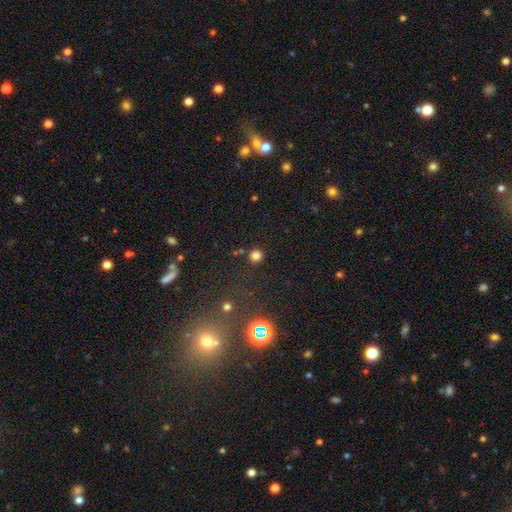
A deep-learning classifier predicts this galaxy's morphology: smooth_or_featured: smooth (p=0.77) [alt: star or artifact p=0.18]
how_rounded: round (p=0.94) [alt: in between p=0.05]
merging: none (p=0.86) [alt: minor disturbance p=0.07]